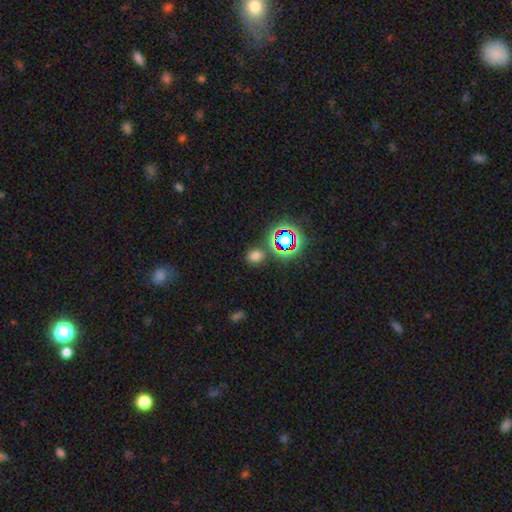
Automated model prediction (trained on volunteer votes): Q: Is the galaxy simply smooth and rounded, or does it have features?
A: smooth — 65%.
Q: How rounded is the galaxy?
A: round — 65%.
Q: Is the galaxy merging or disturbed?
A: none — 79%.